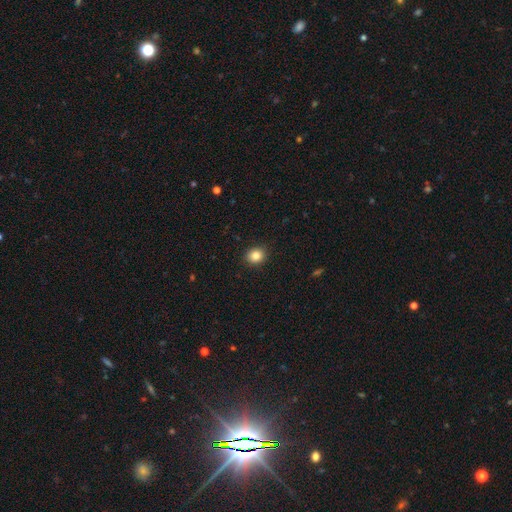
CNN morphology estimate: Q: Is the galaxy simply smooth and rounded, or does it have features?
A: smooth — 85%.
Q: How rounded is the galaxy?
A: round — 71%.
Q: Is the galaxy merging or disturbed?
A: none — 90%.